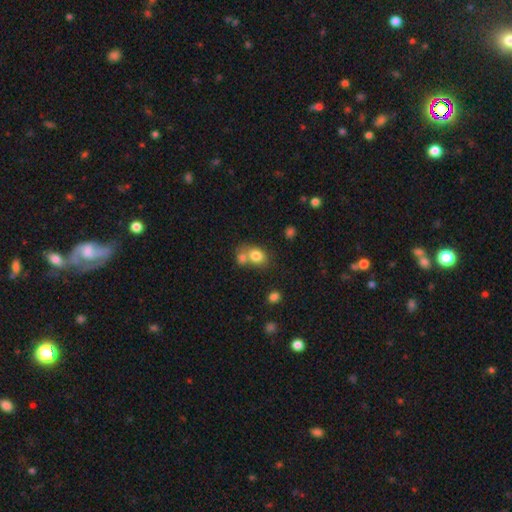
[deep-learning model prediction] Smooth or featured? Predicted: smooth (p=0.79). How rounded? Predicted: round (p=0.50). Merging? Predicted: merger (p=0.49).